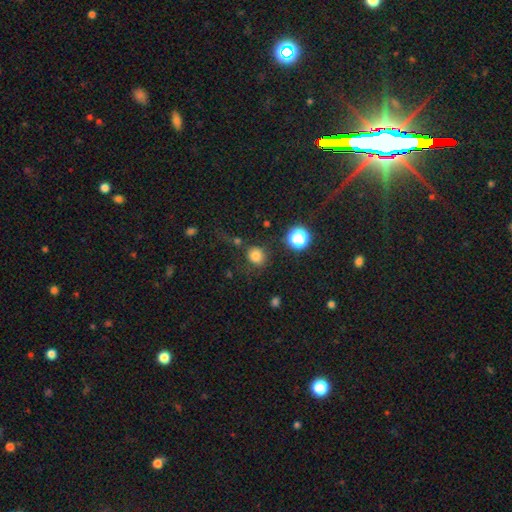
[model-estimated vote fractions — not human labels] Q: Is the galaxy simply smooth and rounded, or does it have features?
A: smooth — 77%.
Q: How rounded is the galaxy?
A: round — 81%.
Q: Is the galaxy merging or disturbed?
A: none — 74%.